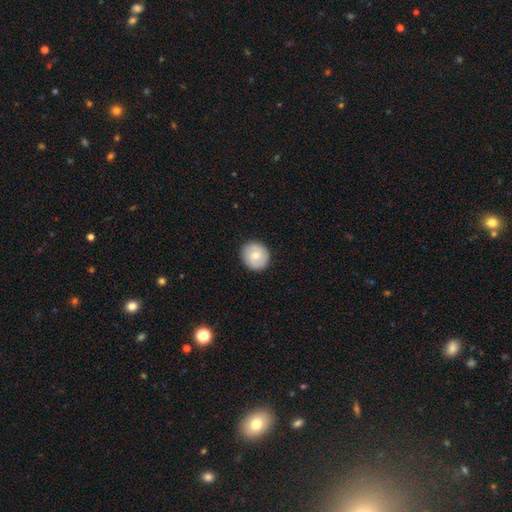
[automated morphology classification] Overall: smooth (69%). How rounded: round (87%). Merging: none (89%).